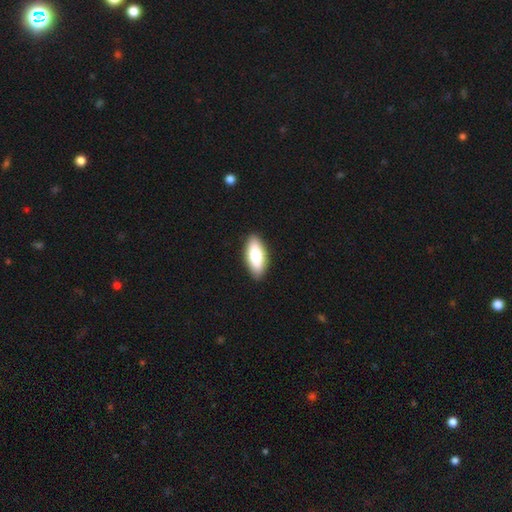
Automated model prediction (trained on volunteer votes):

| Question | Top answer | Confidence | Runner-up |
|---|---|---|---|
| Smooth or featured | smooth | 75% | featured or disk (20%) |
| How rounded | in between | 78% | cigar-shaped (19%) |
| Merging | none | 90% | minor disturbance (7%) |